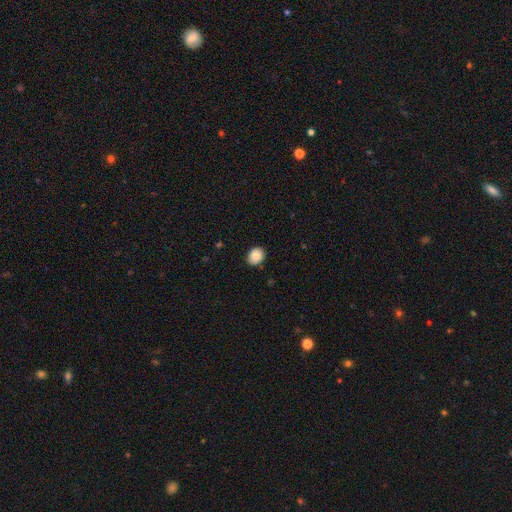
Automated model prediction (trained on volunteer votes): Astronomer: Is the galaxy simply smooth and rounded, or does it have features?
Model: smooth — 86%.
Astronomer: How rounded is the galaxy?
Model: round — 54% (runner-up: in between, 45%).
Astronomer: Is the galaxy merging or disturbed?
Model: none — 85%.